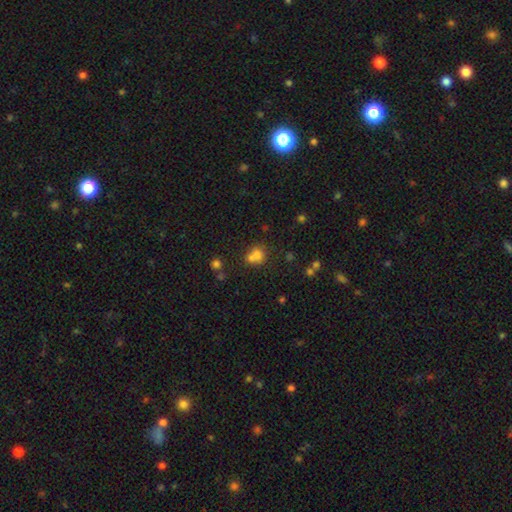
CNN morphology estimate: Smooth or featured? smooth (66%)
How rounded? round (69%)
Merging? merger (50%)